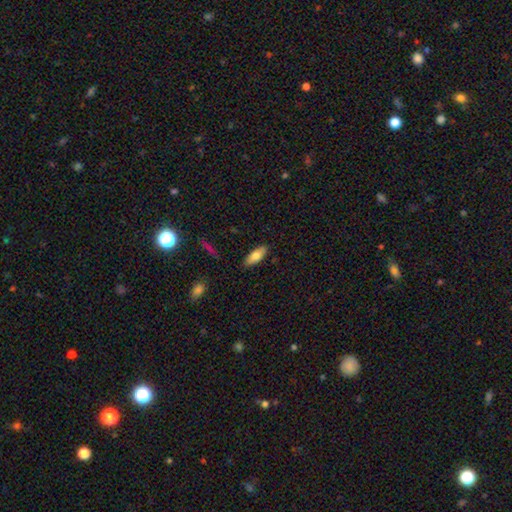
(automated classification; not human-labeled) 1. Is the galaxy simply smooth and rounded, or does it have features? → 76% smooth, 17% featured or disk, 7% star or artifact.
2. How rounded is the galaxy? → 73% in between, 25% cigar-shaped, 2% round.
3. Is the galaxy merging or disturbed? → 87% none, 10% minor disturbance, 2% major disturbance, 1% merger.